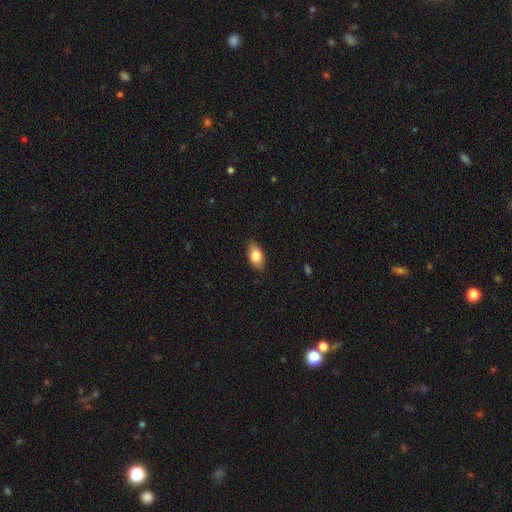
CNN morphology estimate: Smooth or featured? Predicted: smooth (p=0.83). How rounded? Predicted: in between (p=0.90). Merging? Predicted: none (p=0.85).